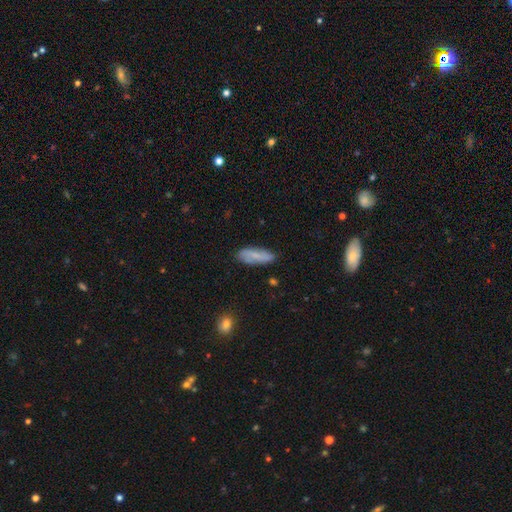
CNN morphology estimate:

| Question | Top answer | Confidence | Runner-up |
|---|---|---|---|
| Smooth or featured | smooth | 59% | featured or disk (33%) |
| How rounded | in between | 59% | cigar-shaped (38%) |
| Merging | none | 80% | minor disturbance (15%) |